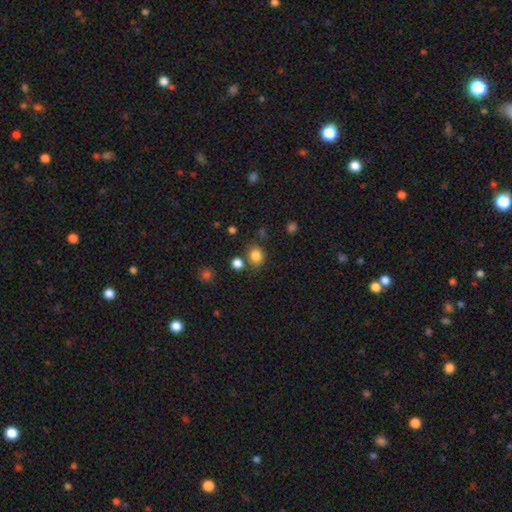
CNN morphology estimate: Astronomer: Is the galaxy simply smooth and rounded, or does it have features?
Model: smooth — 83%.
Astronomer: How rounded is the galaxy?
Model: round — 68%.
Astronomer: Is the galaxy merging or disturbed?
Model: none — 73%.